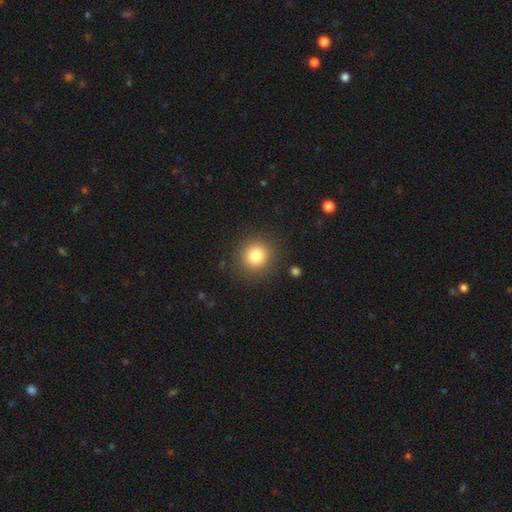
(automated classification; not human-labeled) Morphology: type=smooth (81%); roundness=round (93%); merging=none (88%).